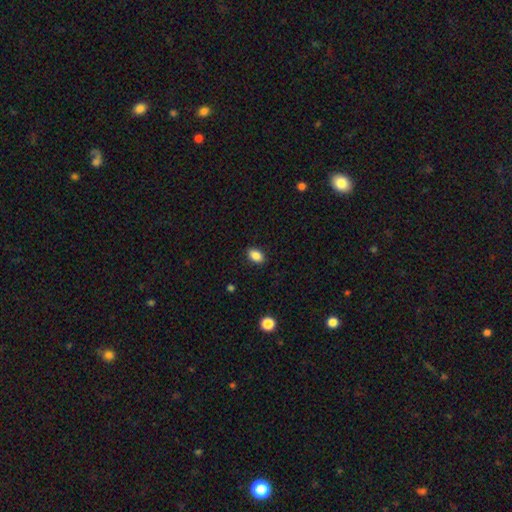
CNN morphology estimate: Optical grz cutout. It shows a smooth galaxy with no disk features (87%) that is in between round and cigar-shaped (86%). Merging: none (89%).